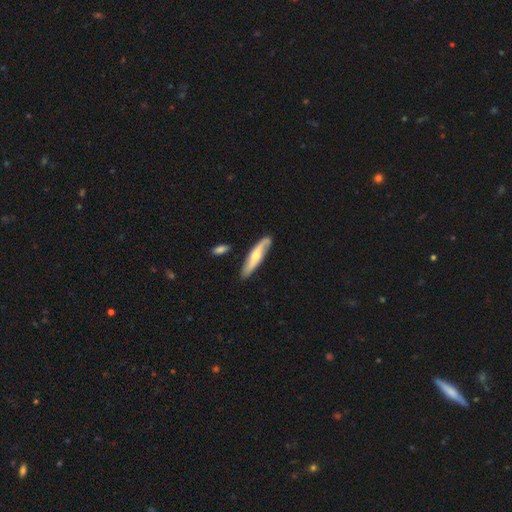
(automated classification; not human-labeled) Morphology: type=featured or disk (51%); edge-on=no (52%); merging=none (77%).